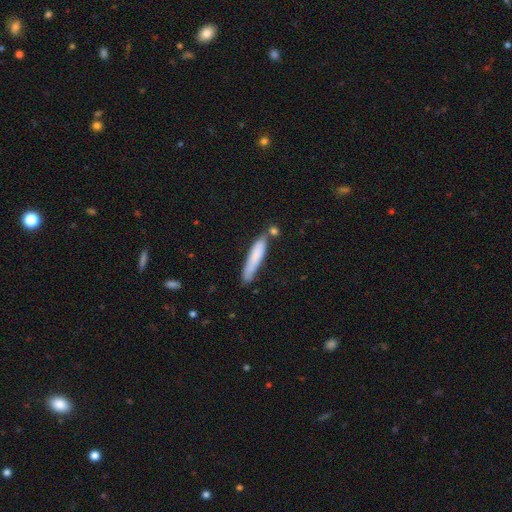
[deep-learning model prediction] Smooth or featured?
  - smooth: 76% *
  - featured or disk: 18%
  - star or artifact: 6%
How rounded?
  - cigar-shaped: 90% *
  - in between: 9%
  - round: 1%
Merging?
  - none: 64% *
  - minor disturbance: 21%
  - merger: 10%
  - major disturbance: 5%